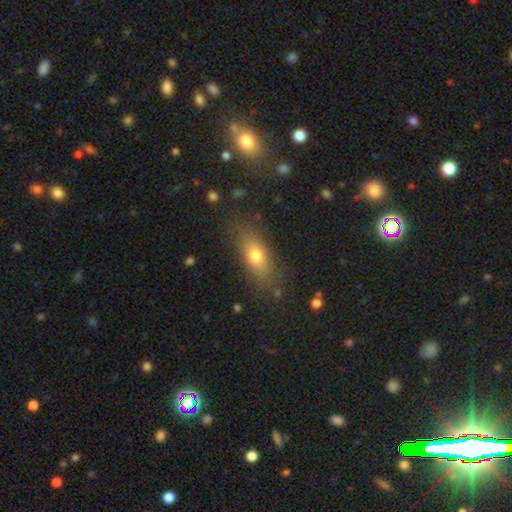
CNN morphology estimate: Smooth or featured? smooth (72%)
How rounded? in between (73%)
Merging? none (80%)